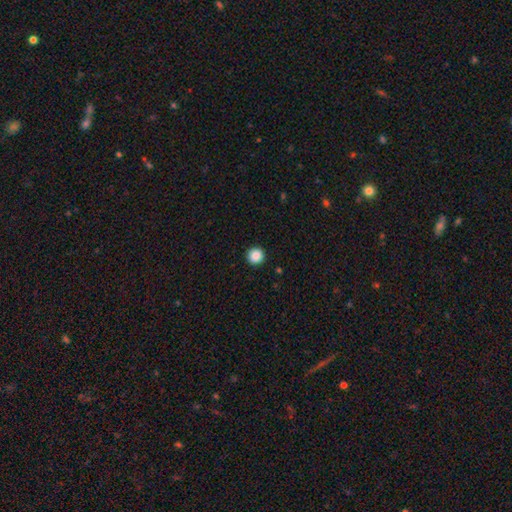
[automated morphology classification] Smooth or featured: smooth — 88% (star or artifact — 9%)
How rounded: round — 96% (in between — 3%)
Merging: none — 94% (minor disturbance — 4%)